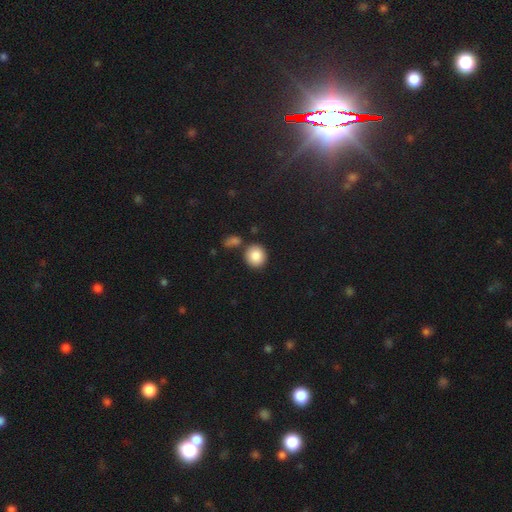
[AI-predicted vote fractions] smooth-or-featured: smooth: 87% | star or artifact: 8% | featured or disk: 5%
  how-rounded: round: 82% | in between: 17% | cigar-shaped: 1%
  merging: none: 75% | merger: 12% | minor disturbance: 10% | major disturbance: 3%